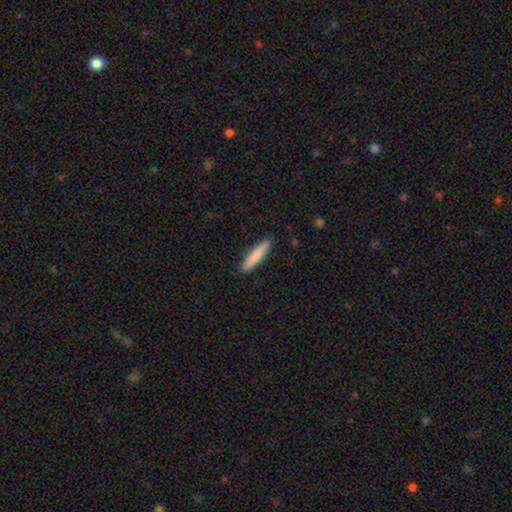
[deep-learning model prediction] This is clearly a smooth galaxy (83%). How rounded: clearly cigar-shaped (89%). Merging: clearly none (91%).